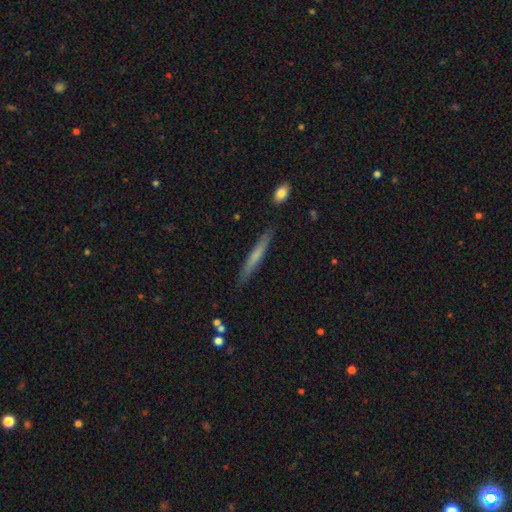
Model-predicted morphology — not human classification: smooth-or-featured: smooth: 58% | featured or disk: 36% | star or artifact: 6%
  how-rounded: cigar-shaped: 95% | in between: 3% | round: 1%
  merging: none: 88% | minor disturbance: 9% | major disturbance: 2% | merger: 2%